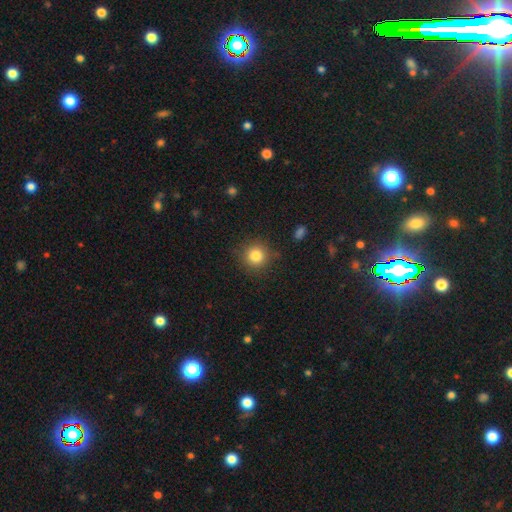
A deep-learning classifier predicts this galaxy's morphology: Smooth or featured? smooth (82%)
How rounded? round (93%)
Merging? none (88%)